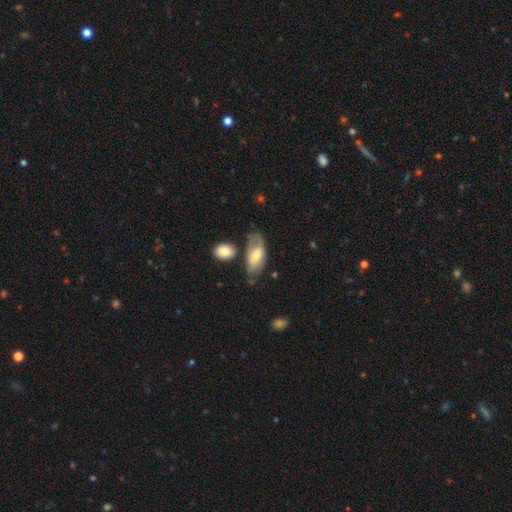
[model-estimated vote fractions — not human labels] The model was most divided on "merging": none: 52%, minor disturbance: 25%, major disturbance: 12%, merger: 11%. More confident: how rounded — in between (88%); smooth or featured — smooth (61%).